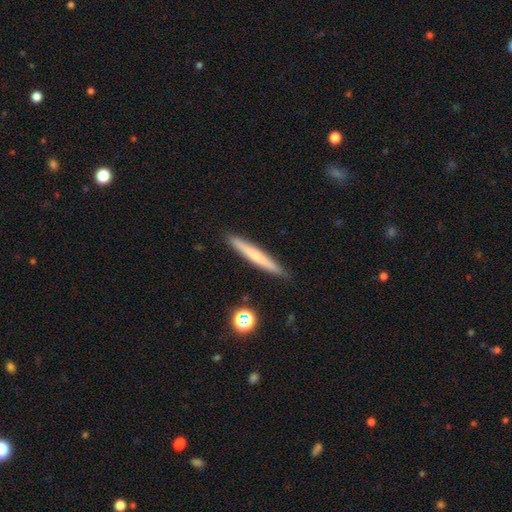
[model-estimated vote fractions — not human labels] This is possibly a smooth galaxy (53%). How rounded: clearly cigar-shaped (96%). Merging: clearly none (90%).